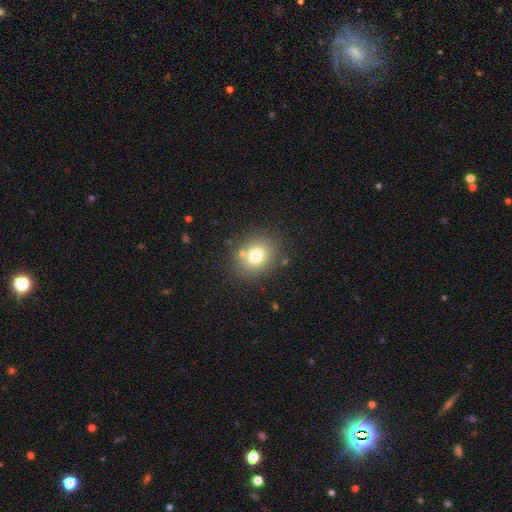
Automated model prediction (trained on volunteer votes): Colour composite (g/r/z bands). It shows a smooth galaxy with no disk features (74%) that is round (61%). Merging: none (77%).